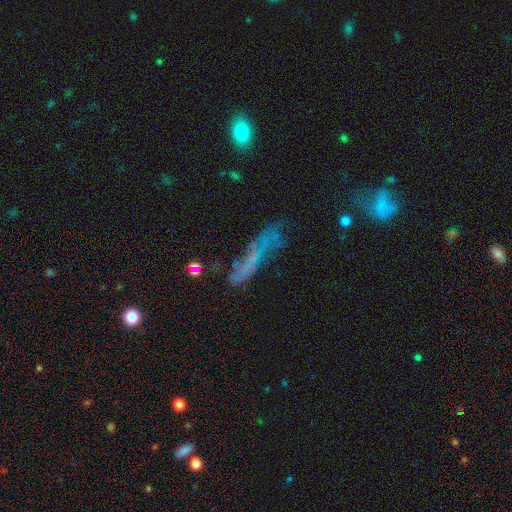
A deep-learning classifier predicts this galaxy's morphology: Q: Smooth or featured?
A: featured or disk (46%); runner-up: smooth (34%)
Q: Merging?
A: none (48%); runner-up: major disturbance (22%)